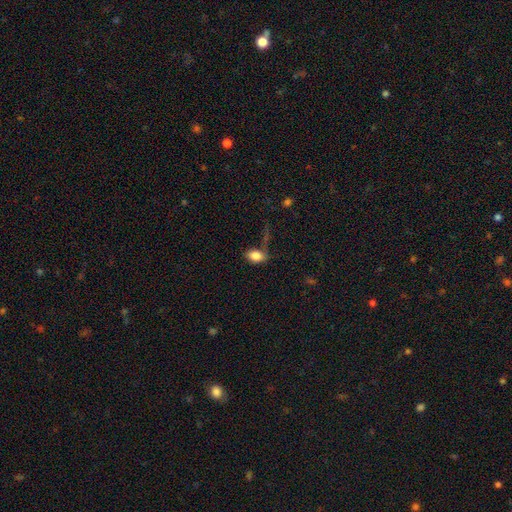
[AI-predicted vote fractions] A smooth galaxy with no disk features (84%) that is in between round and cigar-shaped (87%).

Vote fractions:
- Smooth or featured? smooth: 84% / star or artifact: 8% / featured or disk: 8%
- How rounded? in between: 87% / round: 11% / cigar-shaped: 2%
- Merging? none: 55% / minor disturbance: 22% / major disturbance: 14% / merger: 9%